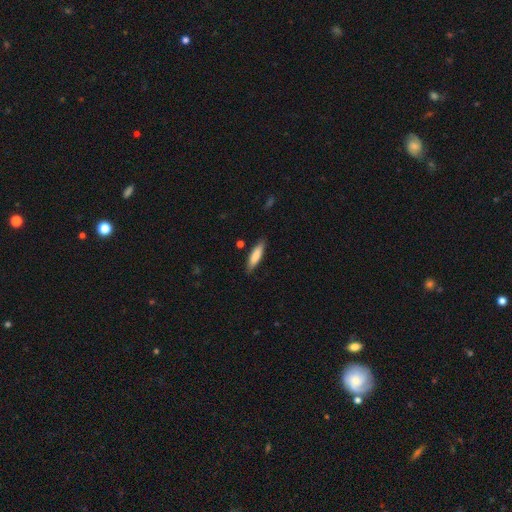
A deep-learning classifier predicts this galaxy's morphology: Smooth or featured? smooth (81%)
How rounded? cigar-shaped (70%)
Merging? none (84%)